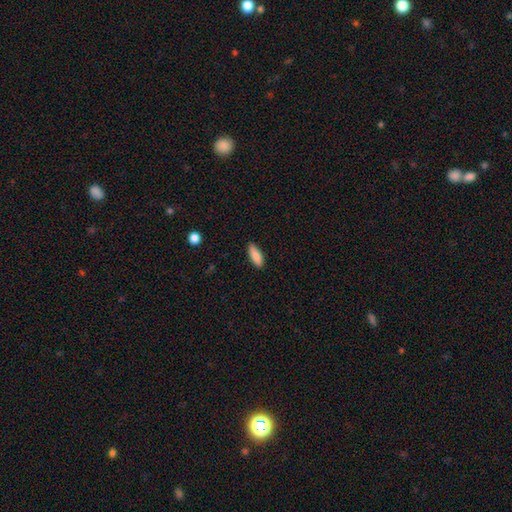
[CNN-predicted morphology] Smooth or featured?
  - smooth: 87% *
  - featured or disk: 7%
  - star or artifact: 7%
How rounded?
  - in between: 63% *
  - cigar-shaped: 35%
  - round: 2%
Merging?
  - none: 84% *
  - minor disturbance: 13%
  - major disturbance: 2%
  - merger: 1%